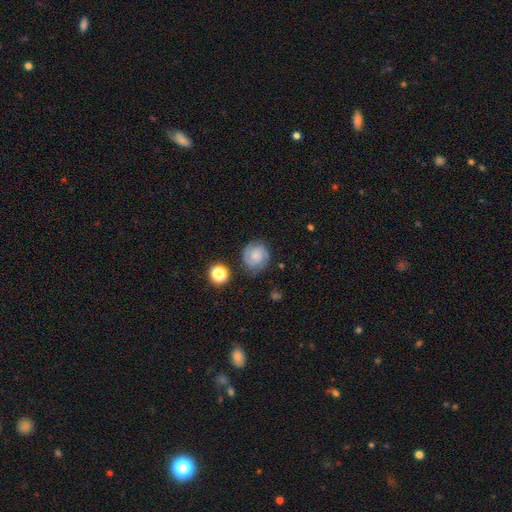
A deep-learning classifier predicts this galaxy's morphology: Smooth or featured? featured or disk (54%)
Edge-on disk? no (98%)
Bar? no (68%)
Spiral arms? yes (92%)
Bulge size? small (43%)
Merging? none (74%)